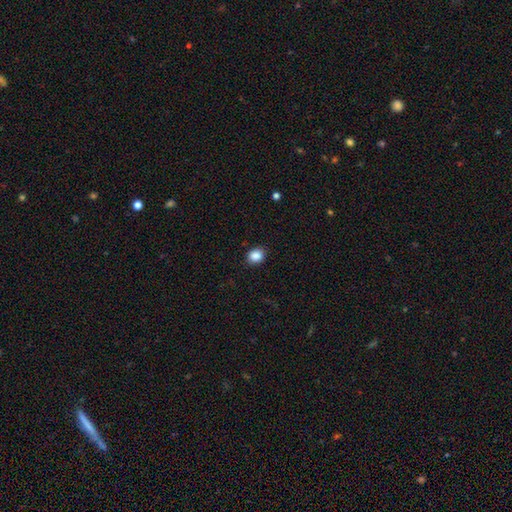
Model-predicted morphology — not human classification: type=smooth (88%); roundness=round (57%); merging=none (87%).